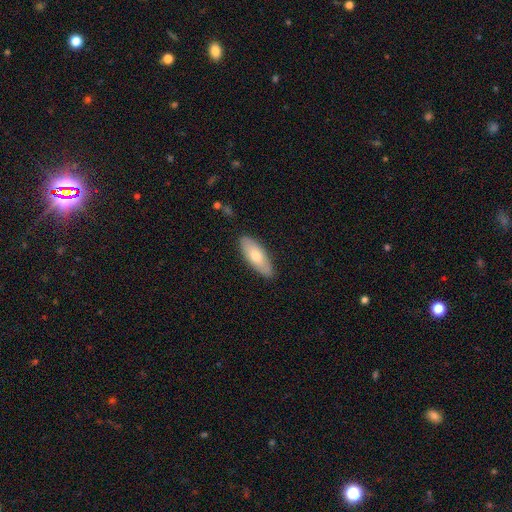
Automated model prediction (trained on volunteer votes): smooth_or_featured: smooth (p=0.69) [alt: featured or disk p=0.25]
how_rounded: in between (p=0.71) [alt: cigar-shaped p=0.27]
merging: none (p=0.87) [alt: minor disturbance p=0.10]